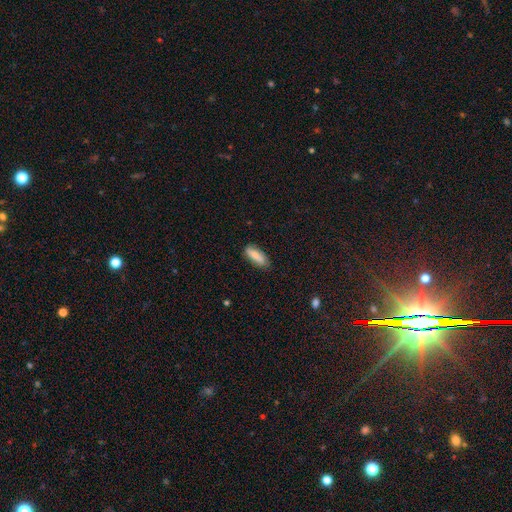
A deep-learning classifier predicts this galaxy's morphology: Smooth or featured? smooth (84%)
How rounded? in between (62%)
Merging? none (79%)